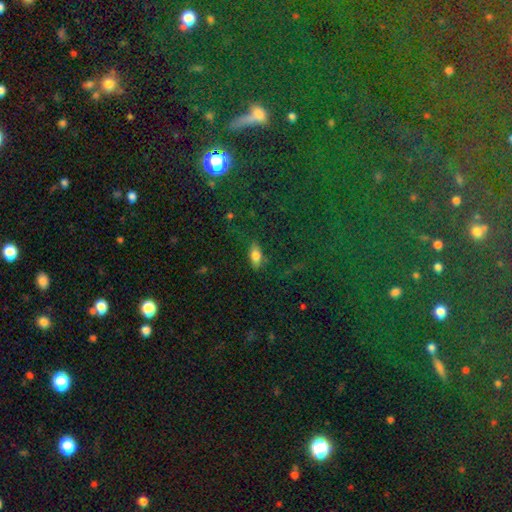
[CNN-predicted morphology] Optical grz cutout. It shows a smooth galaxy with no disk features (75%) that is in between round and cigar-shaped (83%). Merging: none (82%).